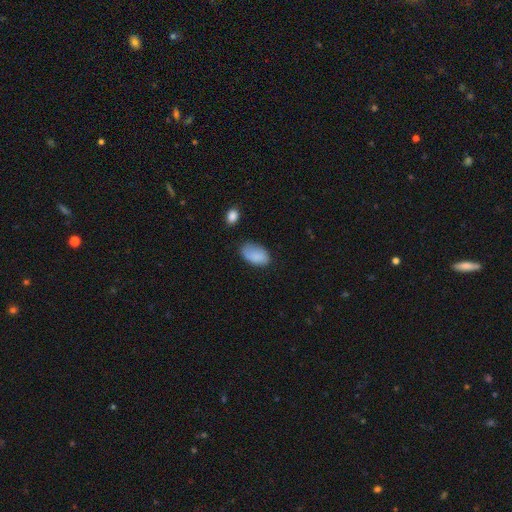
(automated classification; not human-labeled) Smooth or featured? Predicted: smooth (p=0.85). How rounded? Predicted: in between (p=0.94). Merging? Predicted: none (p=0.64).